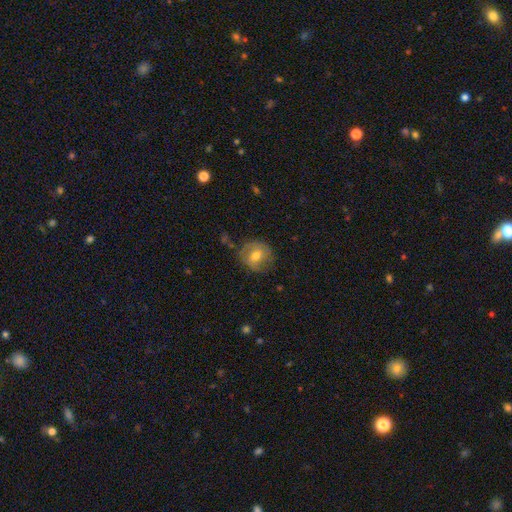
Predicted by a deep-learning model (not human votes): smooth 66%, featured or disk 26%, star or artifact 8%. Down the decision tree: how rounded — round (83%); merging — none (73%).